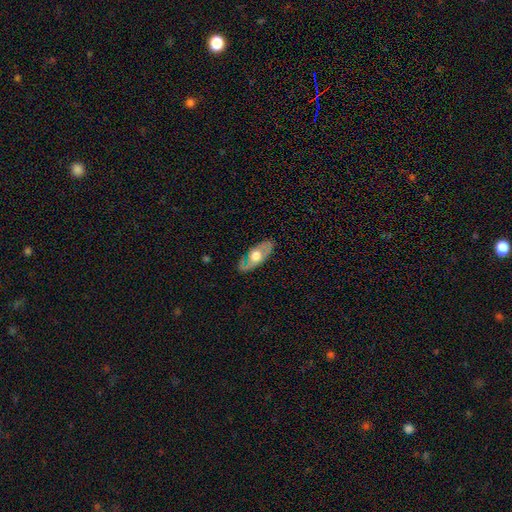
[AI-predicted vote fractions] smooth_or_featured: featured or disk (p=0.54) [alt: smooth p=0.41]
disk_edge_on: no (p=0.69) [alt: yes p=0.31]
merging: none (p=0.81) [alt: minor disturbance p=0.14]